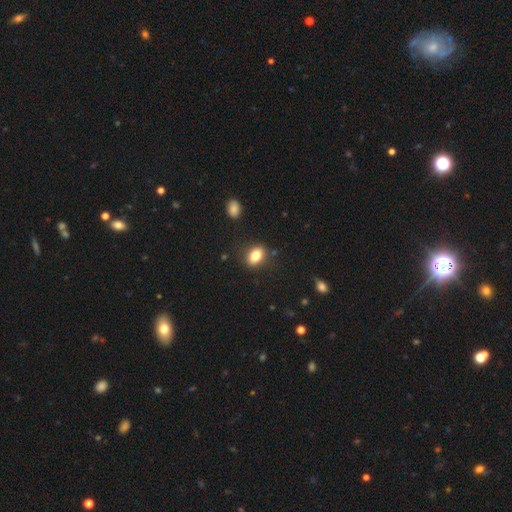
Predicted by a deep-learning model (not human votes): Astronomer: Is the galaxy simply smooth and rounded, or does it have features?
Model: smooth — 81%.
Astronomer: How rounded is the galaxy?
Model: in between — 77%.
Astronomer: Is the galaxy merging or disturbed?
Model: none — 84%.